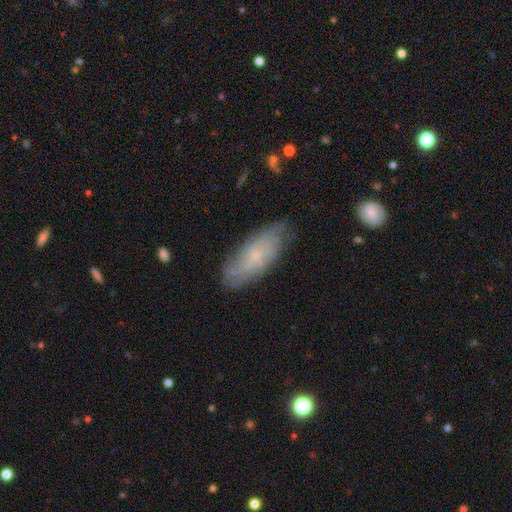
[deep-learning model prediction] This is possibly a featured or disk galaxy (55%). It is clearly not viewed edge-on (85%). Merging: likely none (74%).